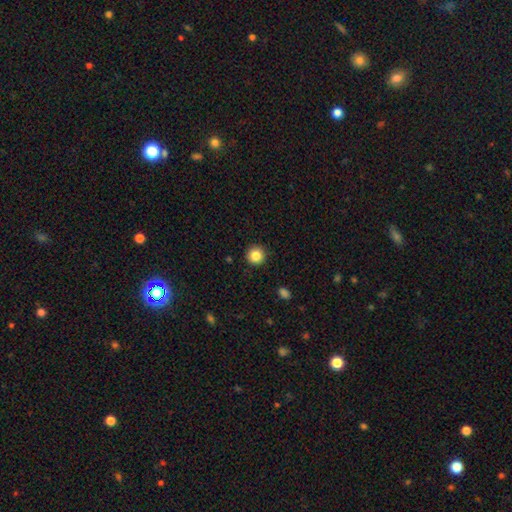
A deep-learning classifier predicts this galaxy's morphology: Smooth or featured?
  - smooth: 84% *
  - star or artifact: 10%
  - featured or disk: 5%
How rounded?
  - round: 95% *
  - in between: 4%
  - cigar-shaped: 1%
Merging?
  - none: 92% *
  - minor disturbance: 5%
  - major disturbance: 2%
  - merger: 1%